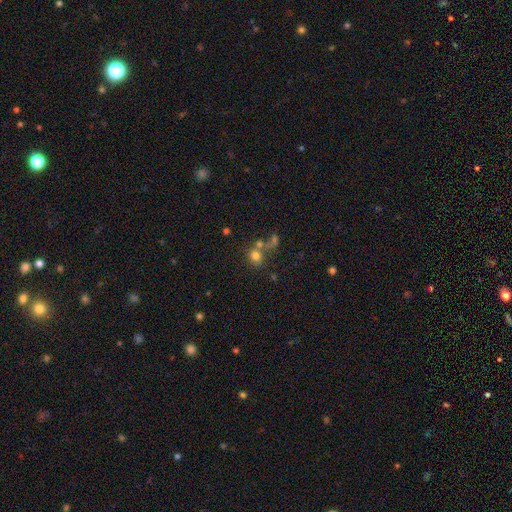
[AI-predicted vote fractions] Overall: smooth (73%). How rounded: round (77%). Merging: none (50%; merger 32%).